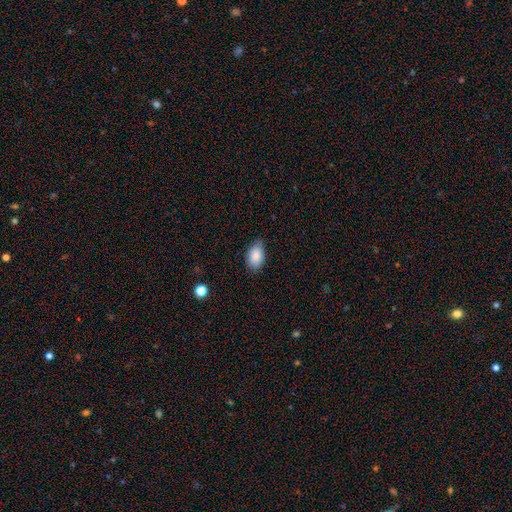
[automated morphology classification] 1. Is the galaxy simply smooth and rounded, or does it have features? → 86% smooth, 7% star or artifact, 7% featured or disk.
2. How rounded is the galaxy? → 90% in between, 8% round, 1% cigar-shaped.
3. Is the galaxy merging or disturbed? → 73% none, 22% minor disturbance, 3% major disturbance, 1% merger.